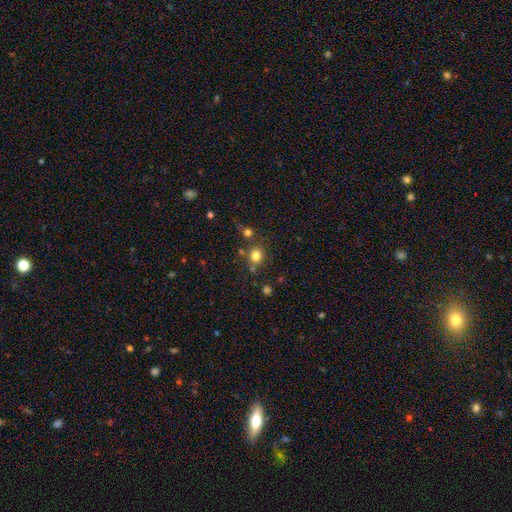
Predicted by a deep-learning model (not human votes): Smooth or featured? smooth (79%)
How rounded? round (88%)
Merging? none (74%)